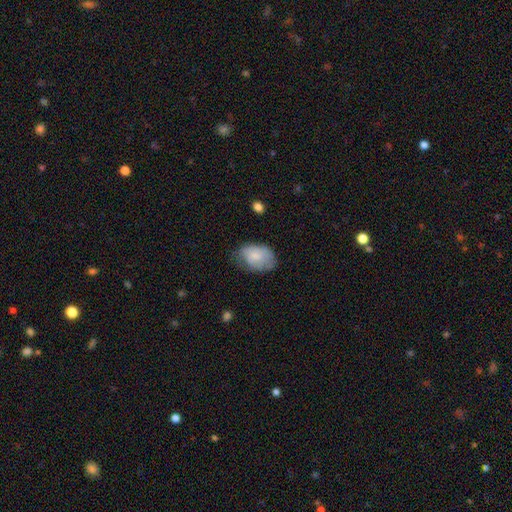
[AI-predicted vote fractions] This appears to be a smooth galaxy with no disk features (72%) that is in between round and cigar-shaped (84%). Merging: none (50%).